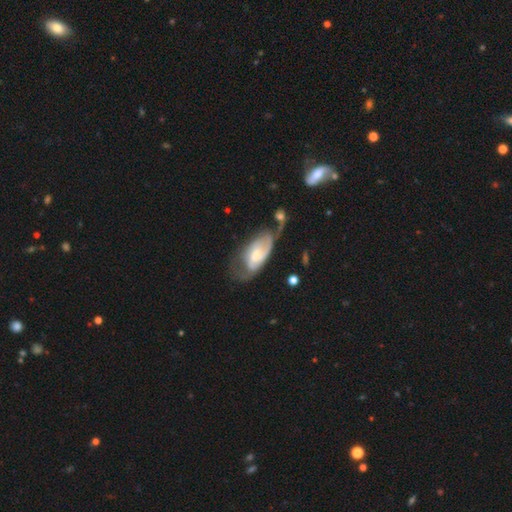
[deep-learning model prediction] smooth_or_featured: featured or disk (p=0.64) [alt: smooth p=0.29]
disk_edge_on: no (p=0.92) [alt: yes p=0.08]
bar: no (p=0.52) [alt: weak p=0.39]
has_spiral_arms: yes (p=0.82) [alt: no p=0.18]
bulge_size: small (p=0.47) [alt: moderate p=0.39]
merging: none (p=0.38) [alt: minor disturbance p=0.28]